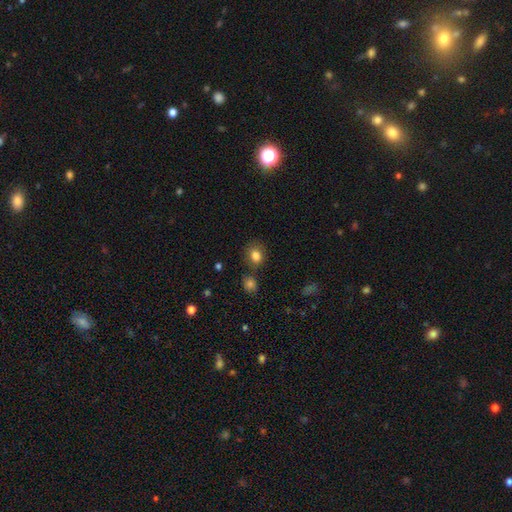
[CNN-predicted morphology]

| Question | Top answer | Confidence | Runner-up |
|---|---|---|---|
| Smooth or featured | smooth | 82% | star or artifact (11%) |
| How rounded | round | 62% | in between (37%) |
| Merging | none | 75% | minor disturbance (13%) |